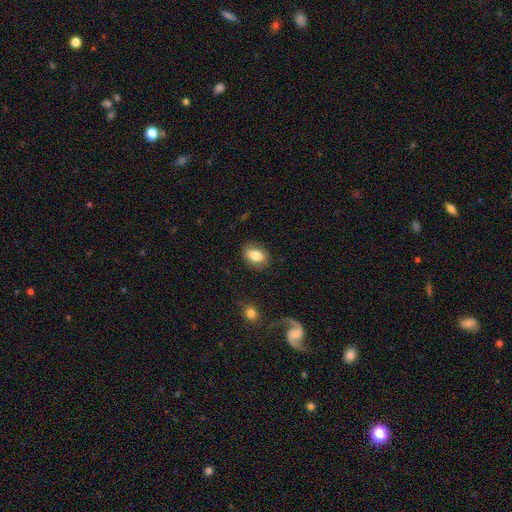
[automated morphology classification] Overall: smooth (80%). How rounded: in between (76%). Merging: none (84%).